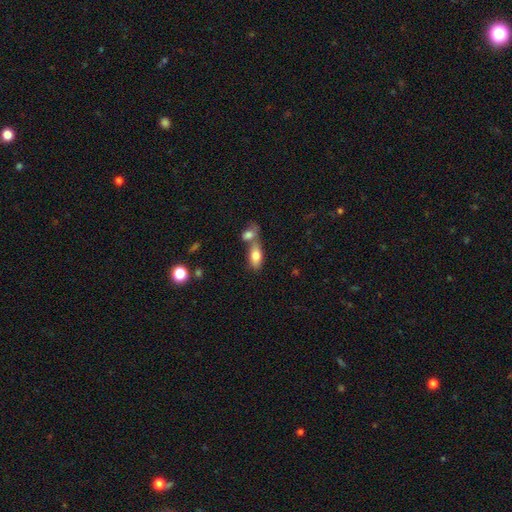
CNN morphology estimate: smooth_or_featured: smooth (p=0.78) [alt: featured or disk p=0.14]
how_rounded: in between (p=0.87) [alt: cigar-shaped p=0.09]
merging: merger (p=0.48) [alt: none p=0.38]